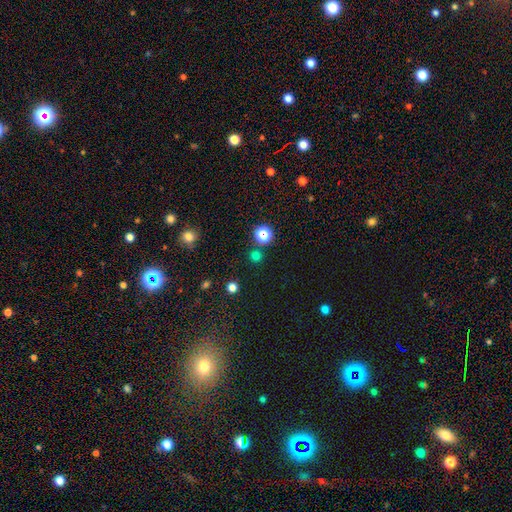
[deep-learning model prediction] Morphology: type=smooth (69%); roundness=round (92%); merging=none (85%).